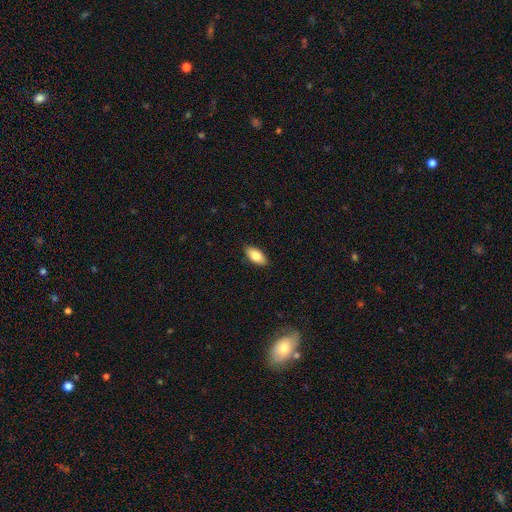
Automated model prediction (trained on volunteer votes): smooth-or-featured: smooth: 81% | featured or disk: 12% | star or artifact: 7%
  how-rounded: in between: 90% | cigar-shaped: 8% | round: 3%
  merging: none: 88% | minor disturbance: 9% | major disturbance: 2% | merger: 1%